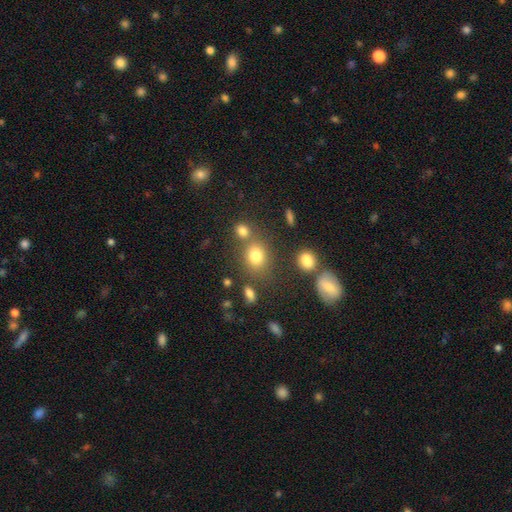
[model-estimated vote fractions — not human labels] A smooth galaxy with no disk features (77%) that is round (57%). Merging: none (63%).